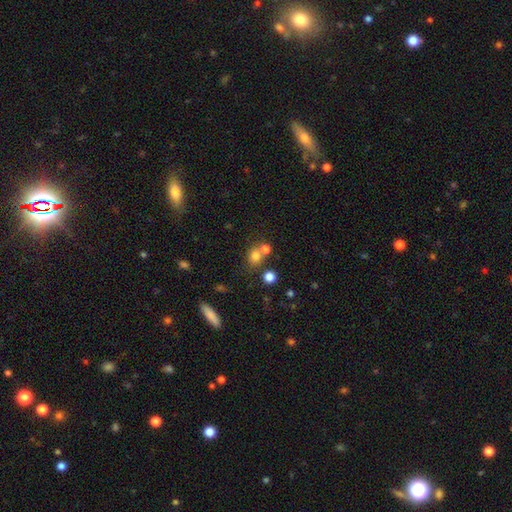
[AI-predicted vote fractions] A smooth galaxy with no disk features (74%) that is round (72%). Merging: none (50%).